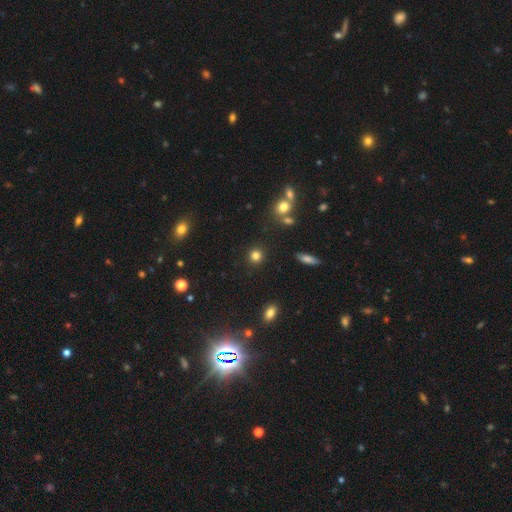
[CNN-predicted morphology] Smooth or featured? smooth (82%)
How rounded? round (91%)
Merging? none (88%)